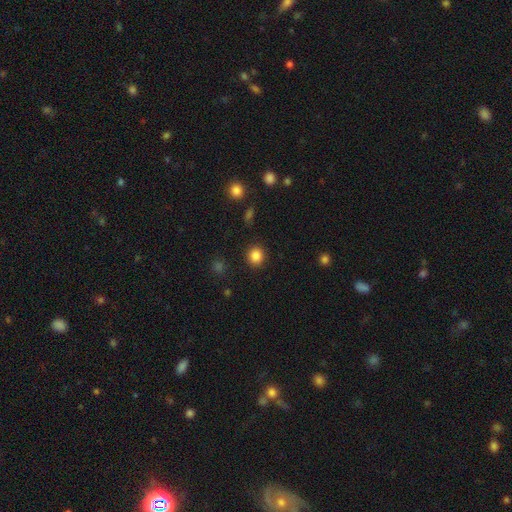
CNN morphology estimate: smooth_or_featured: smooth (p=0.86) [alt: star or artifact p=0.10]
how_rounded: round (p=0.85) [alt: in between p=0.14]
merging: none (p=0.90) [alt: minor disturbance p=0.06]